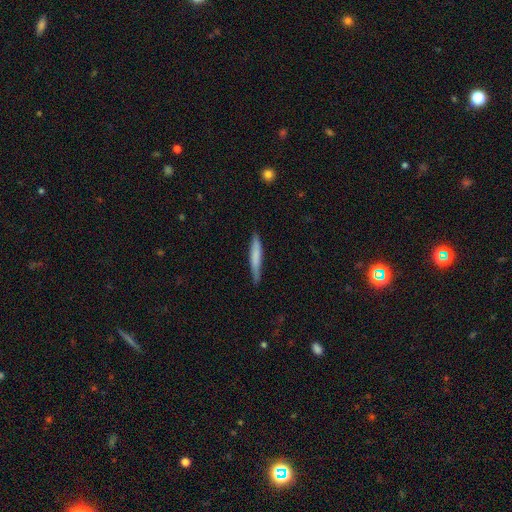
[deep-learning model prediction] Smooth or featured? Predicted: smooth (p=0.65). How rounded? Predicted: cigar-shaped (p=0.94). Merging? Predicted: none (p=0.81).